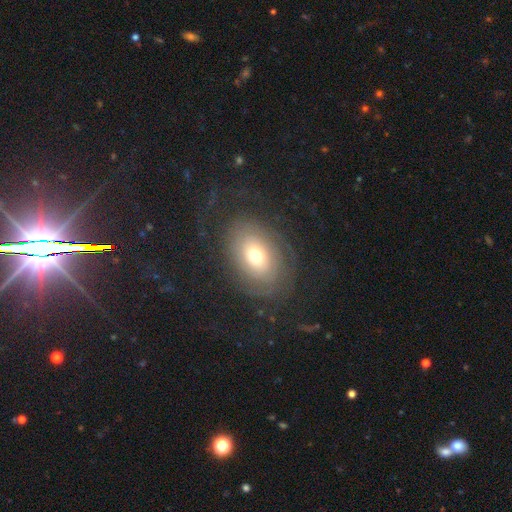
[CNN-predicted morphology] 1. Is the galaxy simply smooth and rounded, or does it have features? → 52% featured or disk, 38% smooth, 10% star or artifact.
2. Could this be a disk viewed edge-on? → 94% no, 6% yes.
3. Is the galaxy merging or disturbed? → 71% none, 14% minor disturbance, 13% major disturbance, 1% merger.